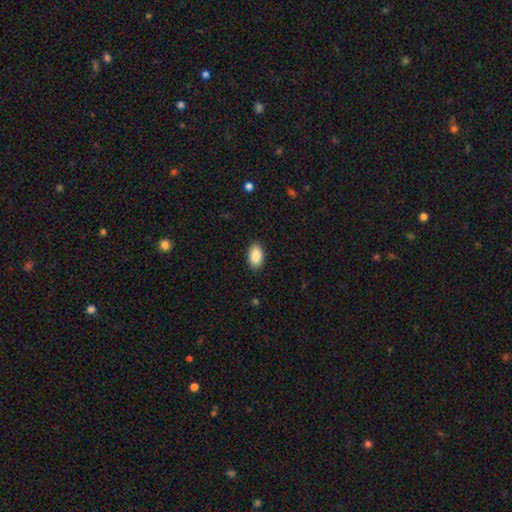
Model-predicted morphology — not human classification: Smooth or featured? smooth (88%)
How rounded? in between (94%)
Merging? none (89%)